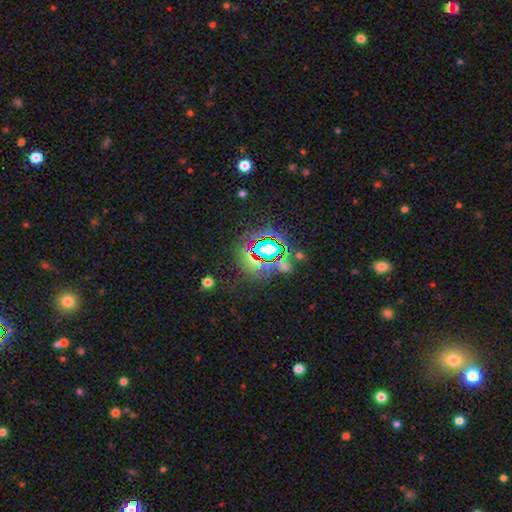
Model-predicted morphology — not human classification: Smooth or featured? star or artifact (69%)